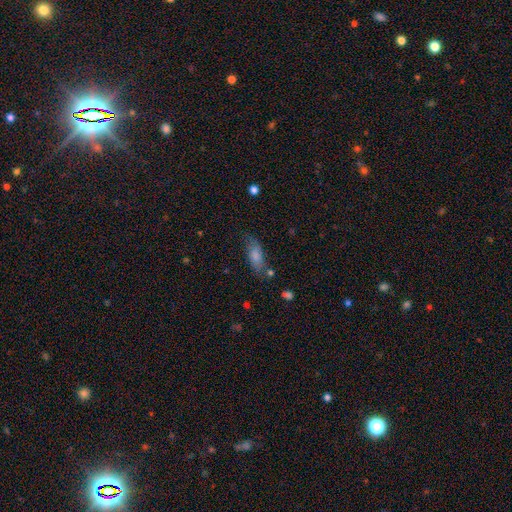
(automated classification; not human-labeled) Smooth or featured? smooth (77%)
How rounded? in between (76%)
Merging? none (62%)